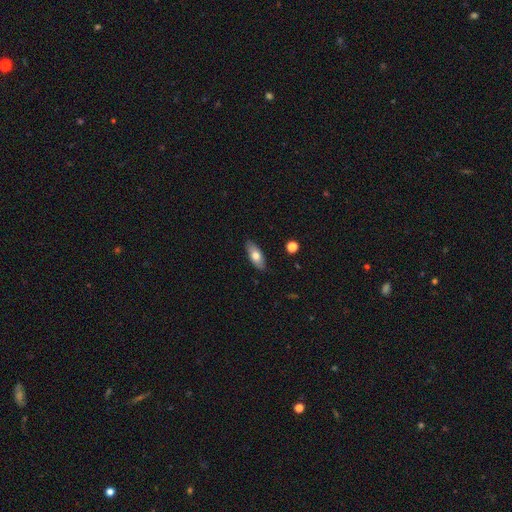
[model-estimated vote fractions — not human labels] smooth-or-featured: smooth: 69% | featured or disk: 25% | star or artifact: 6%
  how-rounded: in between: 81% | cigar-shaped: 16% | round: 3%
  merging: none: 87% | minor disturbance: 10% | major disturbance: 2% | merger: 1%